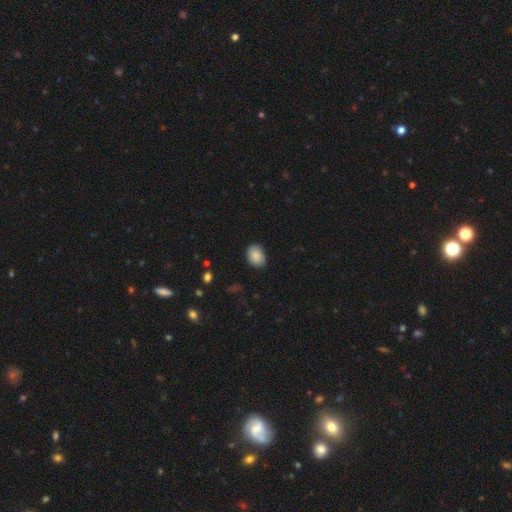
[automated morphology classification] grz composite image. It shows a smooth galaxy with no disk features (88%) that is in between round and cigar-shaped (74%). Merging: none (81%).